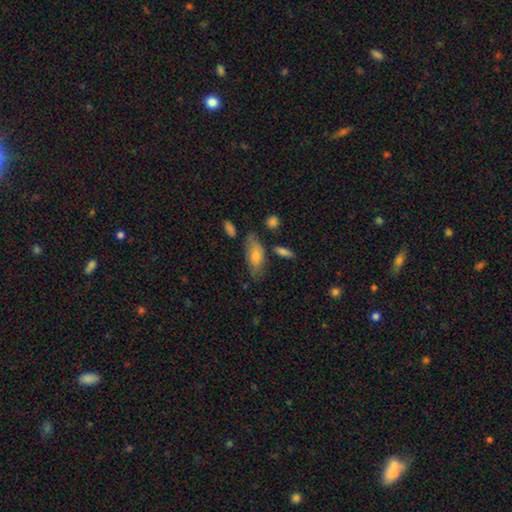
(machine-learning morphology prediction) The model was most divided on "smooth or featured": smooth: 65%, featured or disk: 27%, star or artifact: 8%. More confident: how rounded — in between (82%); merging — none (68%).